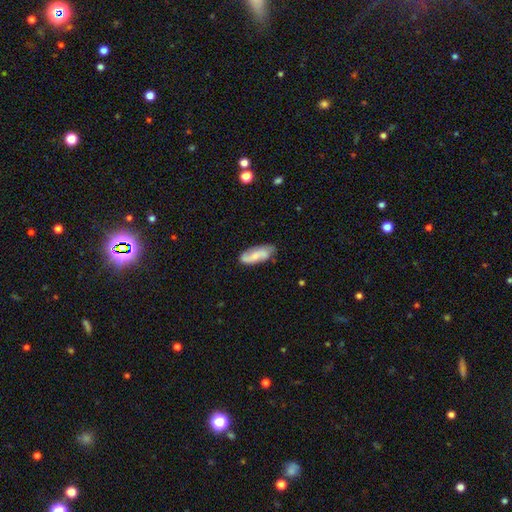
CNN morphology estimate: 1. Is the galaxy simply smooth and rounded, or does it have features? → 47% featured or disk (tied), 47% smooth (tied), 7% star or artifact.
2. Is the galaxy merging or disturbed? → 70% none, 22% minor disturbance, 6% major disturbance, 2% merger.